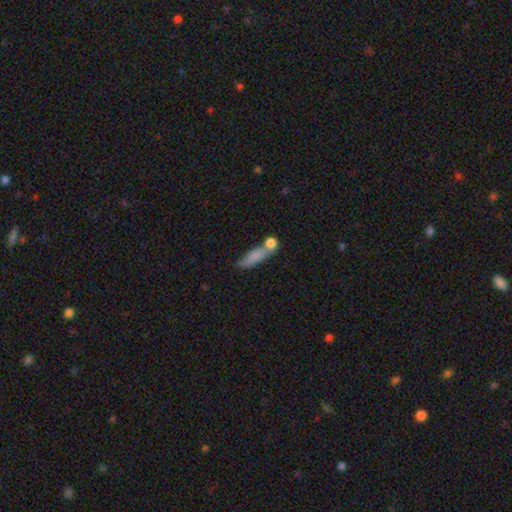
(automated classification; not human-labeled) This is likely a smooth galaxy (75%). How rounded: possibly cigar-shaped (59%). Merging: marginally none (44%).